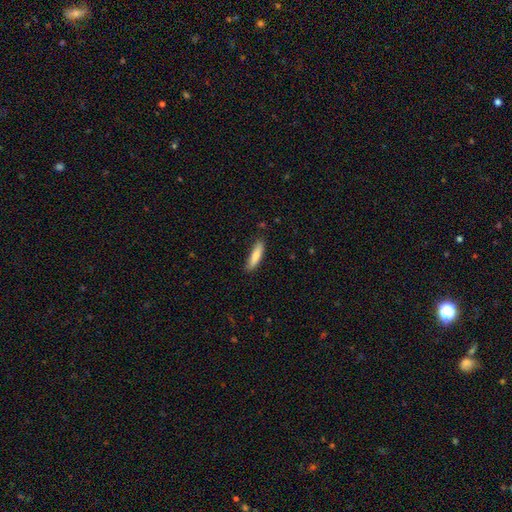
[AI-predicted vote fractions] Q: Smooth or featured?
A: smooth (83%); runner-up: featured or disk (11%)
Q: How rounded?
A: cigar-shaped (72%); runner-up: in between (26%)
Q: Merging?
A: none (80%); runner-up: minor disturbance (15%)